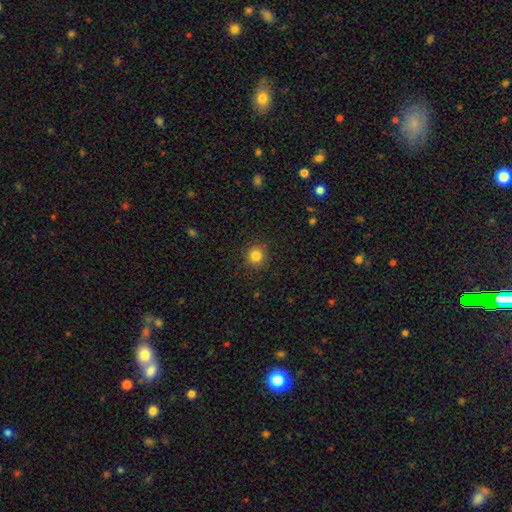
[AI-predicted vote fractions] smooth 83%, star or artifact 12%, featured or disk 5%. Down the decision tree: how rounded — round (93%); merging — none (90%).